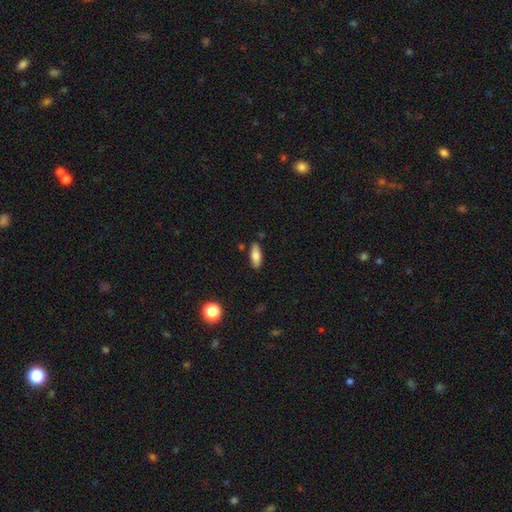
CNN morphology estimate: Smooth or featured?
  - smooth: 80% *
  - featured or disk: 13%
  - star or artifact: 7%
How rounded?
  - in between: 73% *
  - cigar-shaped: 25%
  - round: 3%
Merging?
  - none: 83% *
  - minor disturbance: 12%
  - merger: 3%
  - major disturbance: 2%